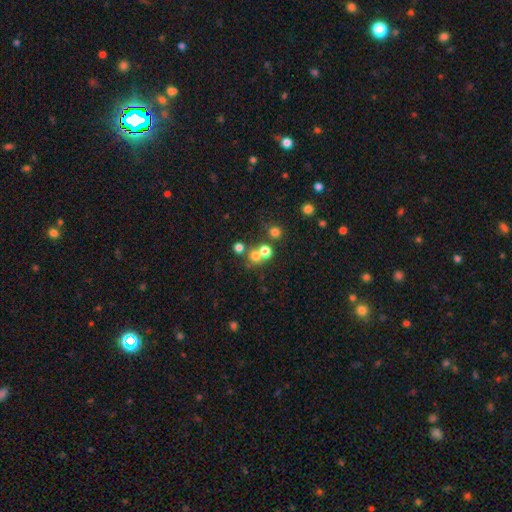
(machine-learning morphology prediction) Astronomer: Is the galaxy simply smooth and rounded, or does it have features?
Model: smooth — 67%.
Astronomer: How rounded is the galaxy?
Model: round — 87%.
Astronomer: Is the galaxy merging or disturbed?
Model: none — 53% (runner-up: merger, 36%).